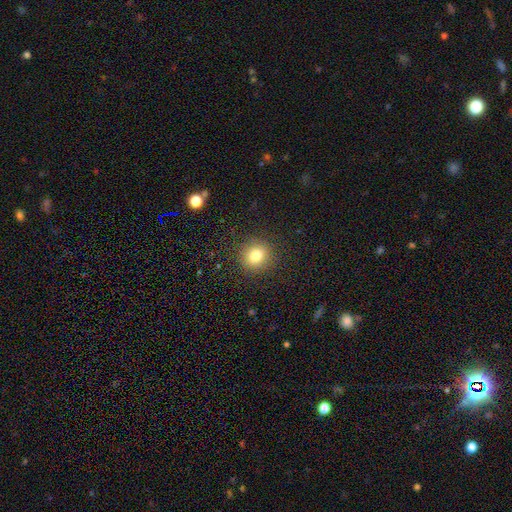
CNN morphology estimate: type=smooth (80%); roundness=round (87%); merging=none (90%).